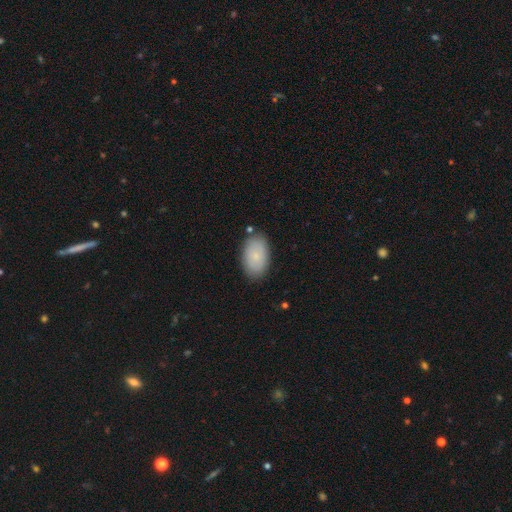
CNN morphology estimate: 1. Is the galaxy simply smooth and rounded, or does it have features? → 79% smooth, 14% featured or disk, 7% star or artifact.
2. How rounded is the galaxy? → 93% in between, 6% round, 1% cigar-shaped.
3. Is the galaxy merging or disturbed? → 83% none, 12% minor disturbance, 3% major disturbance, 2% merger.